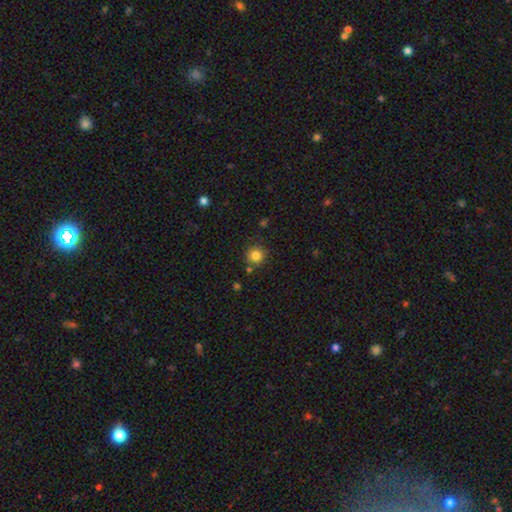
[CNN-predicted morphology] A smooth galaxy with no disk features (82%) that is round (94%). Merging: none (84%).